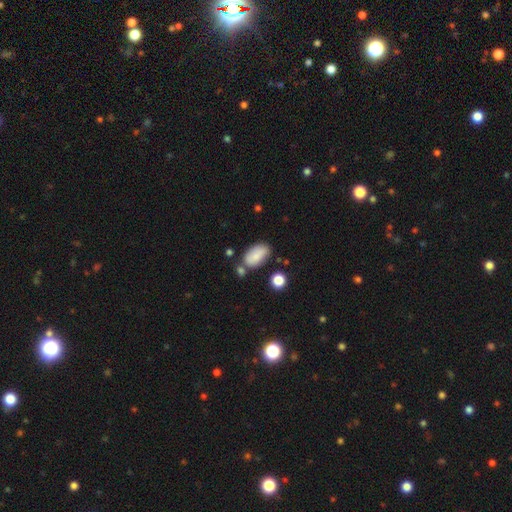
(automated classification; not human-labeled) Morphology: type=smooth (80%); roundness=in between (93%); merging=none (63%).